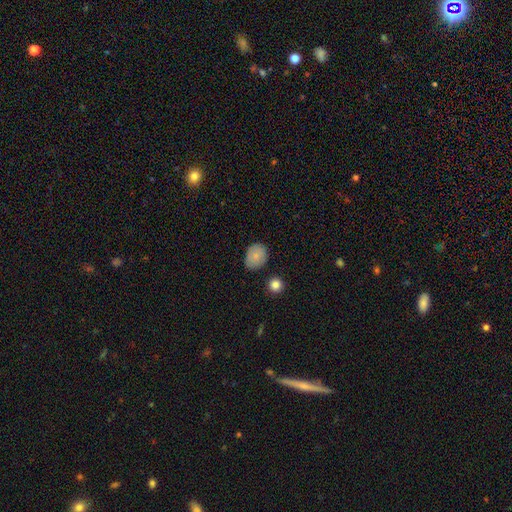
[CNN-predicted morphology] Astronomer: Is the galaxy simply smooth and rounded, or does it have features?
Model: smooth — 80%.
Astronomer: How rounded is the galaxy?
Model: in between — 53% (runner-up: round, 46%).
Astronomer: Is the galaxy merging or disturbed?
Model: none — 77%.